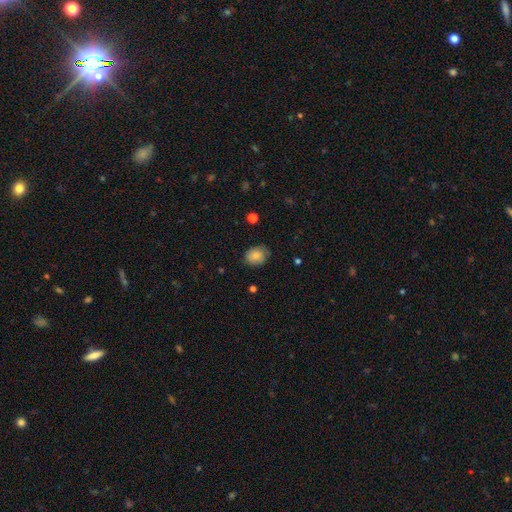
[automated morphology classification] A smooth galaxy with no disk features (77%) that is round (51%).

Vote fractions:
- Smooth or featured? smooth: 77% / featured or disk: 14% / star or artifact: 8%
- How rounded? round: 51% / in between: 48% / cigar-shaped: 1%
- Merging? none: 73% / minor disturbance: 21% / major disturbance: 5% / merger: 1%